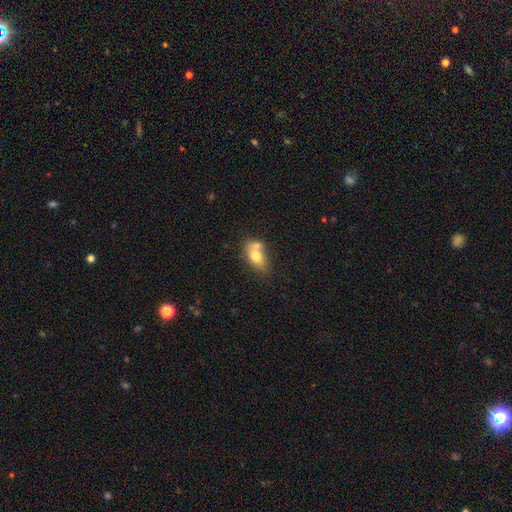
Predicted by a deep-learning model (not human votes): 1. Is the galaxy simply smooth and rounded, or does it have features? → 70% smooth, 22% featured or disk, 8% star or artifact.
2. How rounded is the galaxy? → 82% in between, 13% round, 4% cigar-shaped.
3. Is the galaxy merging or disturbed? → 48% merger, 34% none, 13% minor disturbance, 5% major disturbance.